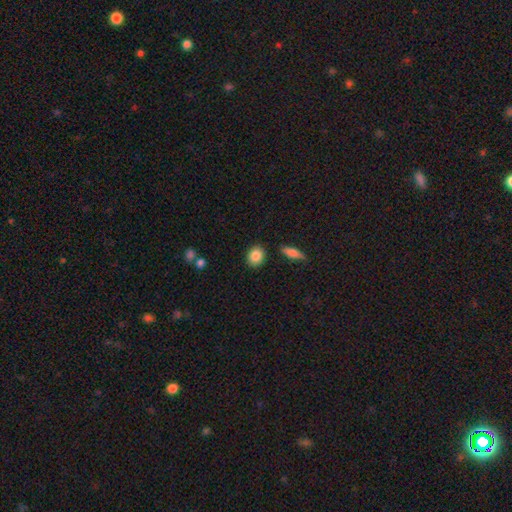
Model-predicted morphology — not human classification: A smooth galaxy with no disk features (86%) that is round (56%). Merging: none (87%).